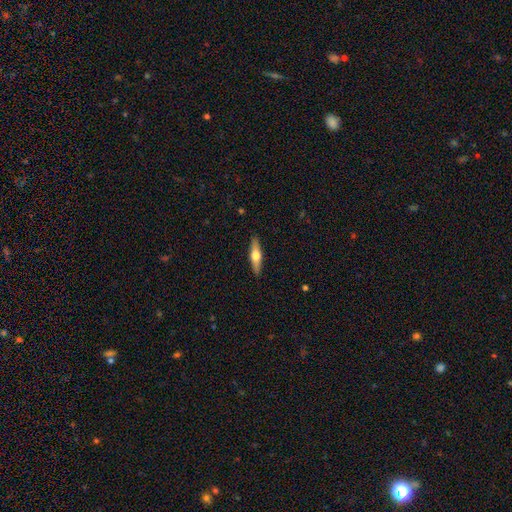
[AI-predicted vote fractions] A featured or disk galaxy (50%).

Vote fractions:
- Smooth or featured? featured or disk: 50% / smooth: 45% / star or artifact: 6%
- Merging? none: 91% / minor disturbance: 7% / major disturbance: 2% / merger: 1%